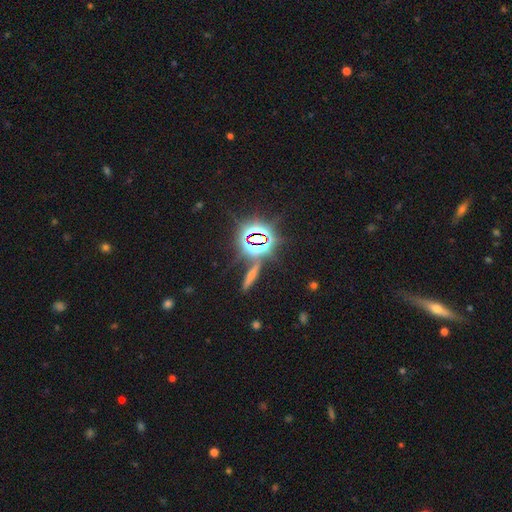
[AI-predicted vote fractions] smooth-or-featured: star or artifact: 76% | smooth: 15% | featured or disk: 9%